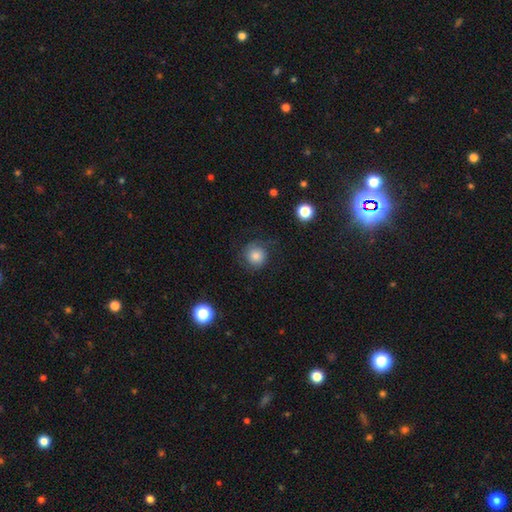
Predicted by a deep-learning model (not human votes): Smooth or featured?
  - smooth: 73% *
  - featured or disk: 17%
  - star or artifact: 10%
How rounded?
  - round: 89% *
  - in between: 10%
  - cigar-shaped: 1%
Merging?
  - none: 65% *
  - minor disturbance: 20%
  - major disturbance: 14%
  - merger: 2%